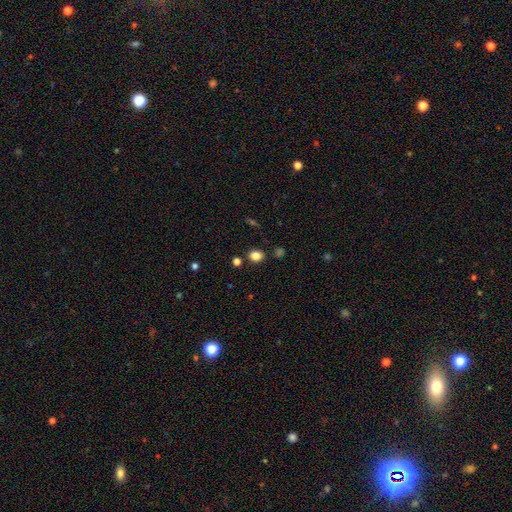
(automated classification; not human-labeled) smooth-or-featured: smooth: 83% | star or artifact: 12% | featured or disk: 5%
  how-rounded: in between: 51% | round: 48% | cigar-shaped: 1%
  merging: none: 83% | minor disturbance: 9% | merger: 4% | major disturbance: 3%